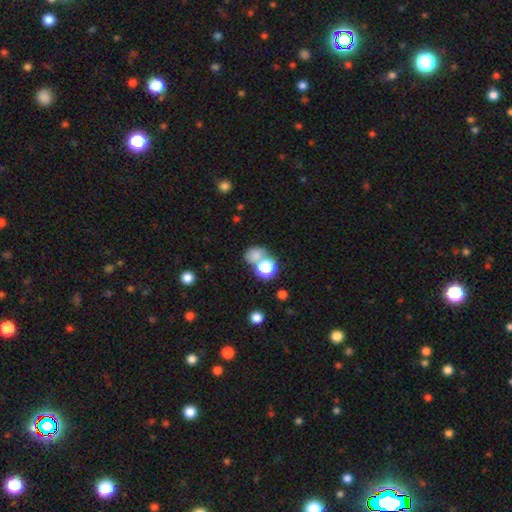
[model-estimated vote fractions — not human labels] Q: Smooth or featured?
A: smooth (70%); runner-up: star or artifact (21%)
Q: How rounded?
A: round (59%); runner-up: in between (40%)
Q: Merging?
A: none (47%); runner-up: merger (34%)